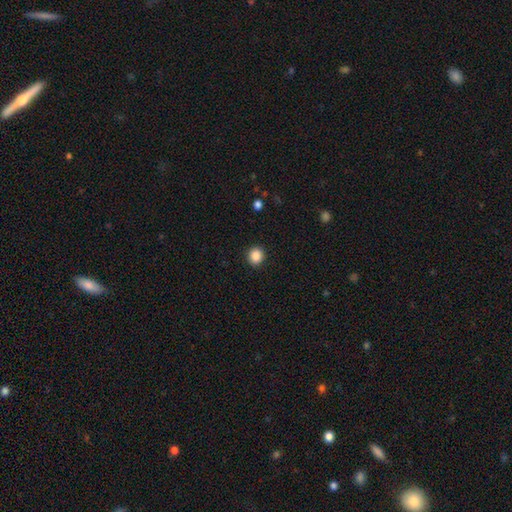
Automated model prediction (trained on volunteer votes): smooth 87%, star or artifact 10%, featured or disk 3%. Down the decision tree: how rounded — round (86%); merging — none (92%).